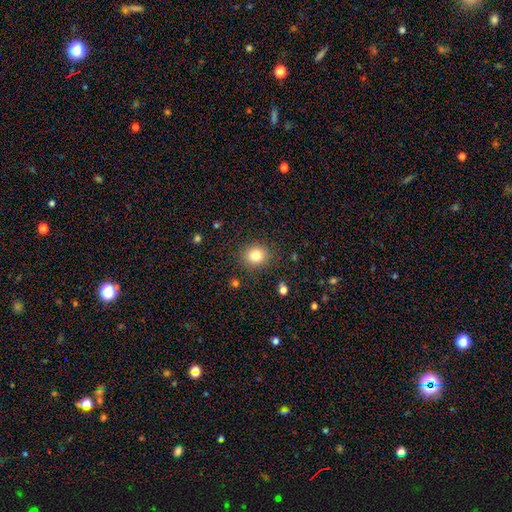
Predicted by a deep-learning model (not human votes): This is clearly a smooth galaxy (81%). How rounded: likely round (74%). Merging: clearly none (86%).